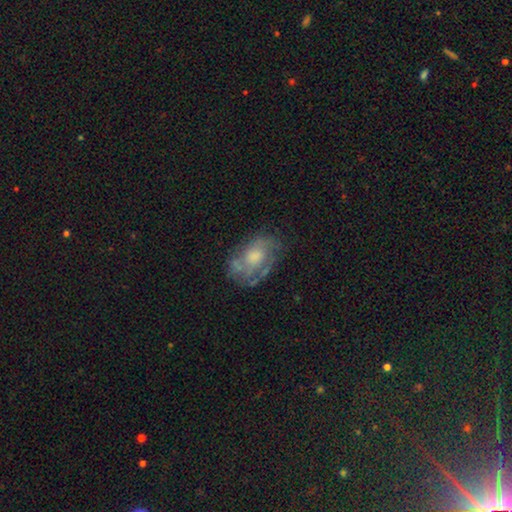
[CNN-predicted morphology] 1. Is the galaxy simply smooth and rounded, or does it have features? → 66% featured or disk, 26% smooth, 8% star or artifact.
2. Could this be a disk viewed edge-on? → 96% no, 4% yes.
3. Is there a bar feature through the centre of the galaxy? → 77% no, 20% weak, 3% strong.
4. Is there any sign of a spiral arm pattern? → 68% yes, 32% no.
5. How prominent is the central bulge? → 49% moderate, 22% small, 17% large, 11% none, 2% dominant.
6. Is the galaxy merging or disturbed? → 59% none, 23% minor disturbance, 15% major disturbance, 3% merger.